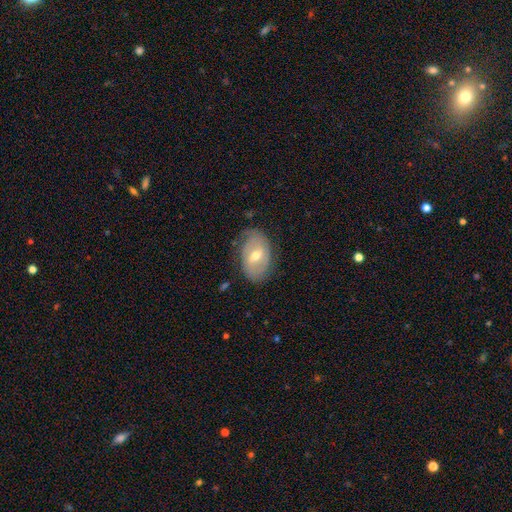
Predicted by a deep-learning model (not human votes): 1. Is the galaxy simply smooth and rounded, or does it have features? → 59% featured or disk, 34% smooth, 7% star or artifact.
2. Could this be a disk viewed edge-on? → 93% no, 7% yes.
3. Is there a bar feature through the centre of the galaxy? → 51% weak, 26% no, 23% strong.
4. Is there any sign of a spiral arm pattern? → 62% yes, 38% no.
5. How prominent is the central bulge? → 66% moderate, 29% small, 3% large, 1% none, 1% dominant.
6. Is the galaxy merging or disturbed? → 70% none, 22% minor disturbance, 6% major disturbance, 1% merger.